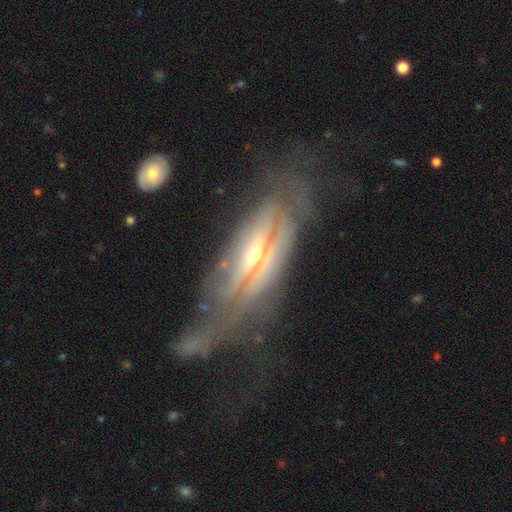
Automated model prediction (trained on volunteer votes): Overall: featured or disk (78%). Edge-on disk: yes (54%; no 46%). Merging: major disturbance (37%; none 36%).